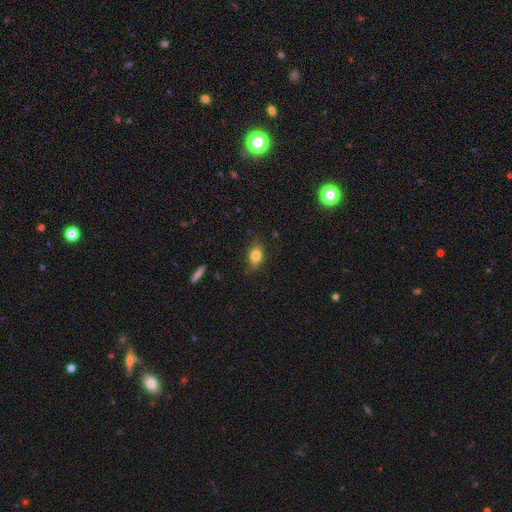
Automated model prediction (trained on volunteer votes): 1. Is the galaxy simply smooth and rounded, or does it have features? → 80% smooth, 11% featured or disk, 9% star or artifact.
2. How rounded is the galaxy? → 76% in between, 20% round, 5% cigar-shaped.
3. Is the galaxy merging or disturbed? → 79% none, 17% minor disturbance, 3% major disturbance, 1% merger.